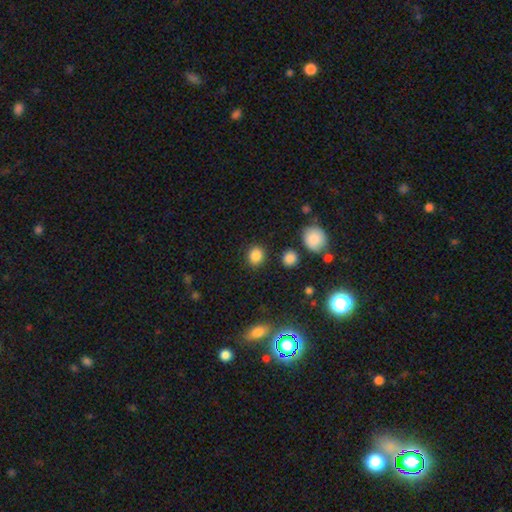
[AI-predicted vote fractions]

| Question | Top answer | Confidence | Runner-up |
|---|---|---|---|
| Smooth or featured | smooth | 86% | star or artifact (11%) |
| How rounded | round | 75% | in between (24%) |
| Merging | none | 87% | minor disturbance (8%) |